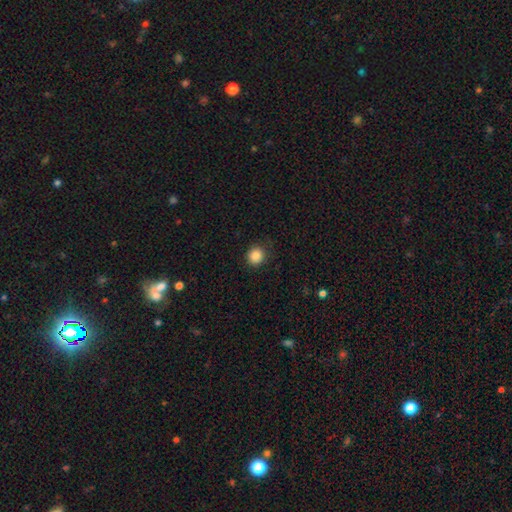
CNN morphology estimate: Smooth or featured: smooth — 86% (star or artifact — 10%)
How rounded: round — 89% (in between — 10%)
Merging: none — 87% (minor disturbance — 9%)